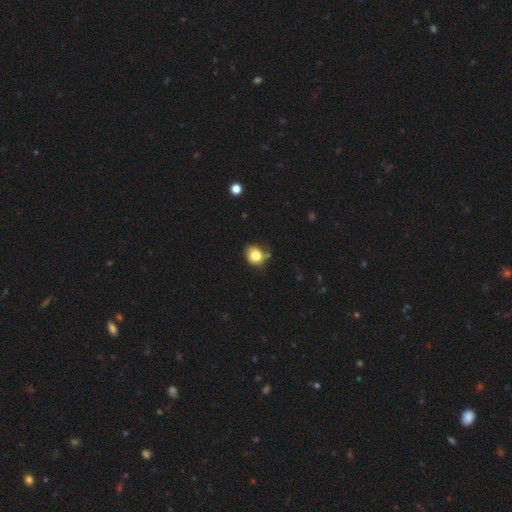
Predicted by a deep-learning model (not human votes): Smooth or featured? smooth (80%)
How rounded? round (65%)
Merging? none (63%)